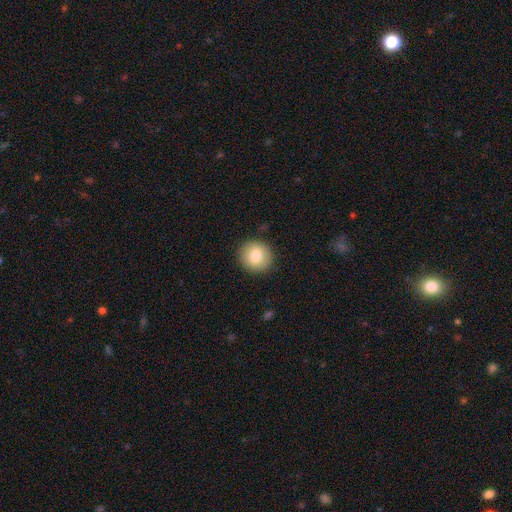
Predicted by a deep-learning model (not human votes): Q: Smooth or featured?
A: smooth (82%); runner-up: featured or disk (10%)
Q: How rounded?
A: round (86%); runner-up: in between (13%)
Q: Merging?
A: none (90%); runner-up: minor disturbance (7%)